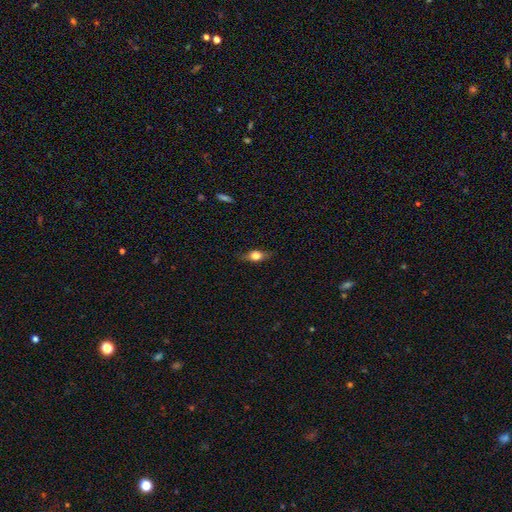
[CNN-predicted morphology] type=smooth (60%); roundness=in between (66%); merging=none (79%).